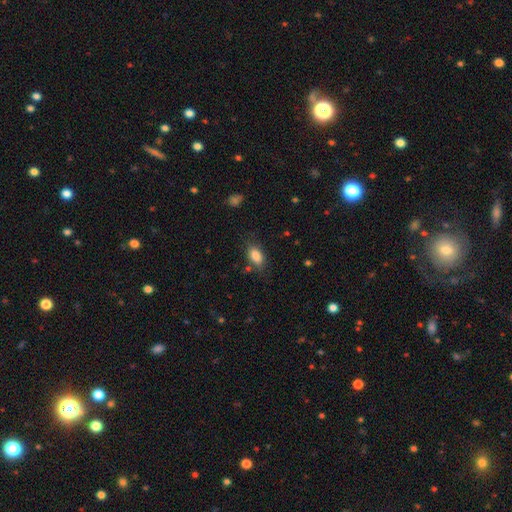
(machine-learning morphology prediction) Smooth or featured: smooth — 86% (star or artifact — 8%)
How rounded: in between — 89% (cigar-shaped — 6%)
Merging: none — 76% (minor disturbance — 16%)